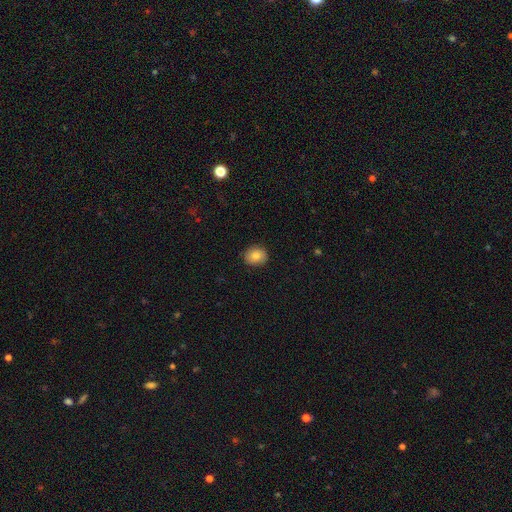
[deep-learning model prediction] A smooth galaxy with no disk features (81%) that is round (68%). Merging: none (89%).